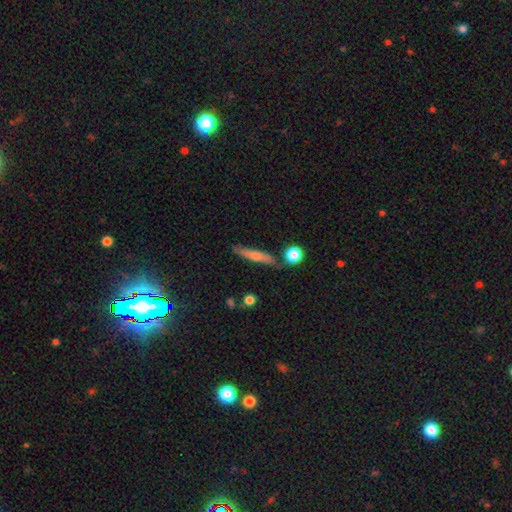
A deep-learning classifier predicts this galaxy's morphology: smooth-or-featured: featured or disk: 47% | smooth: 39% | star or artifact: 13%
  merging: none: 82% | minor disturbance: 11% | merger: 4% | major disturbance: 3%